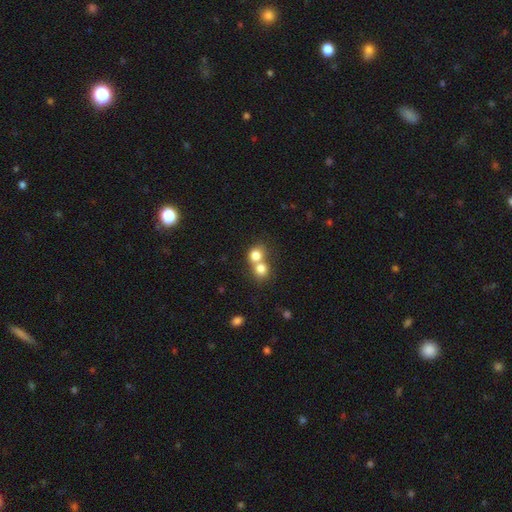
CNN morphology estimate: The model was most divided on "merging": merger: 62%, none: 31%, minor disturbance: 5%, major disturbance: 3%. More confident: smooth or featured — smooth (78%); how rounded — round (78%).